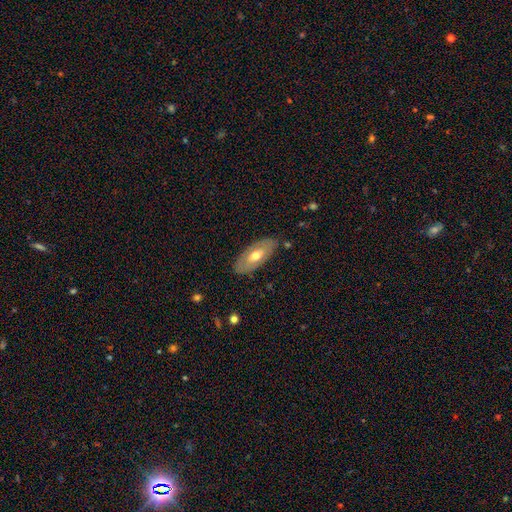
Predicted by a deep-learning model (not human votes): Smooth or featured? smooth (53%)
How rounded? in between (86%)
Merging? none (83%)